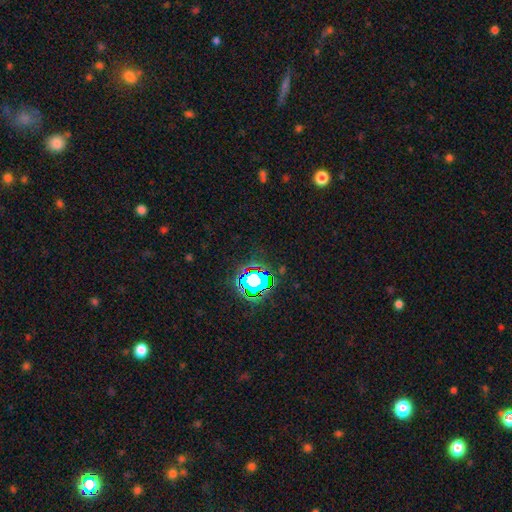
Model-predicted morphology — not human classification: This appears to be a star or artifact, not a galaxy (76%).